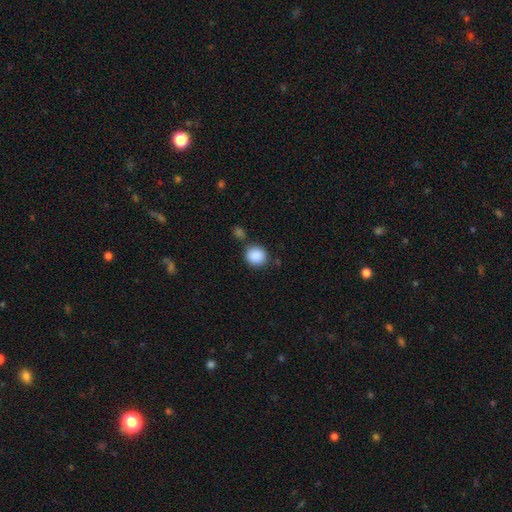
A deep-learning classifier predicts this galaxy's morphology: The model was most divided on "merging": none: 76%, minor disturbance: 11%, merger: 10%, major disturbance: 4%. More confident: smooth or featured — smooth (88%); how rounded — round (87%).